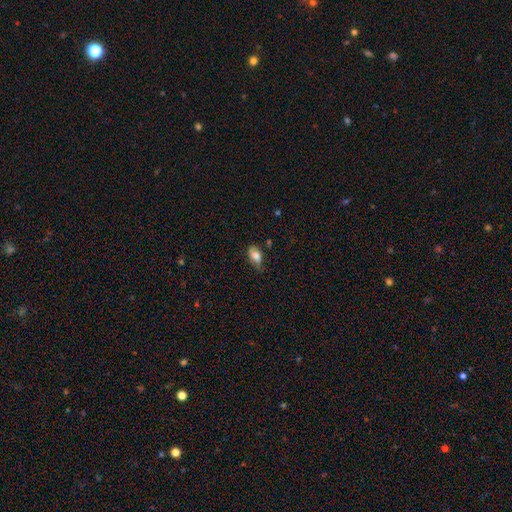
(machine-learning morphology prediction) This appears to be a smooth galaxy with no disk features (77%) that is in between round and cigar-shaped (87%). Merging: none (44%).